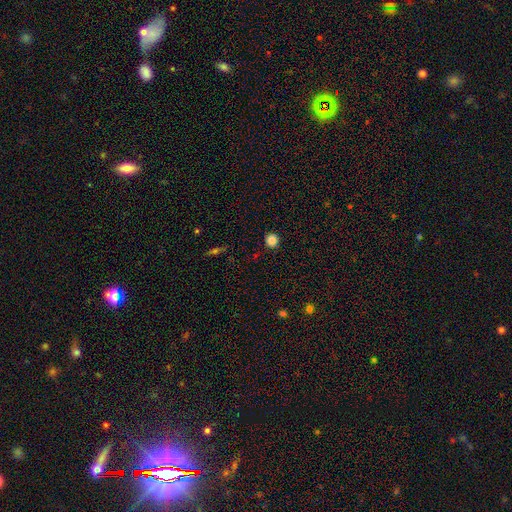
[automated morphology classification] A smooth galaxy with no disk features (82%) that is round (91%).

Vote fractions:
- Smooth or featured? smooth: 82% / star or artifact: 12% / featured or disk: 6%
- How rounded? round: 91% / in between: 8% / cigar-shaped: 2%
- Merging? none: 91% / minor disturbance: 6% / major disturbance: 2% / merger: 1%